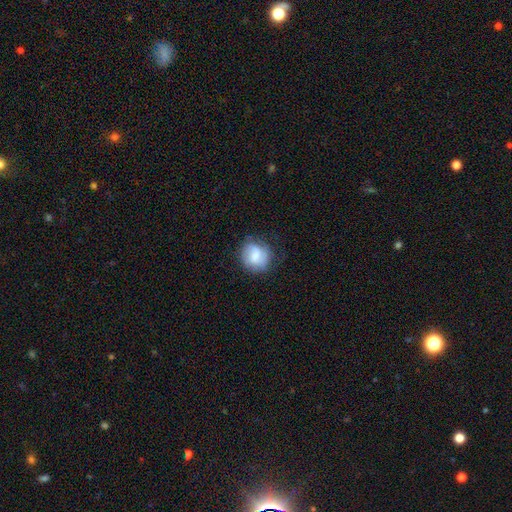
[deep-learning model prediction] A smooth galaxy with no disk features (60%) that is round (78%).

Vote fractions:
- Smooth or featured? smooth: 60% / featured or disk: 32% / star or artifact: 8%
- How rounded? round: 78% / in between: 21% / cigar-shaped: 1%
- Merging? none: 66% / minor disturbance: 23% / major disturbance: 9% / merger: 1%